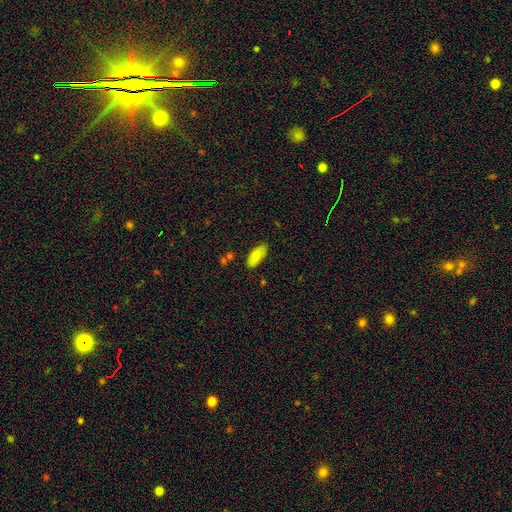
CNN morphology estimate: Smooth or featured? Predicted: smooth (p=0.72). How rounded? Predicted: in between (p=0.89). Merging? Predicted: none (p=0.84).